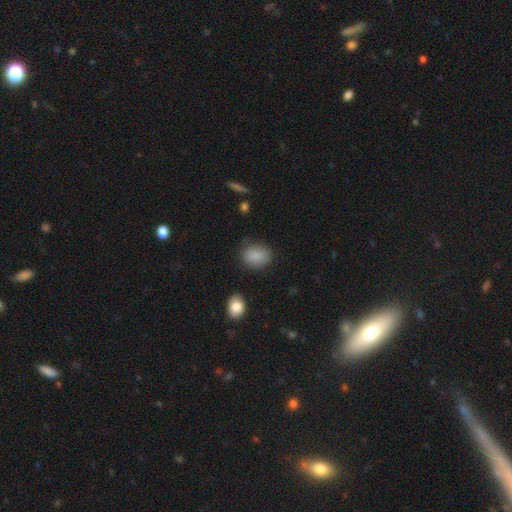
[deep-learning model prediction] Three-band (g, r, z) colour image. It shows a smooth galaxy with no disk features (88%) that is in between round and cigar-shaped (61%). Merging: none (79%).